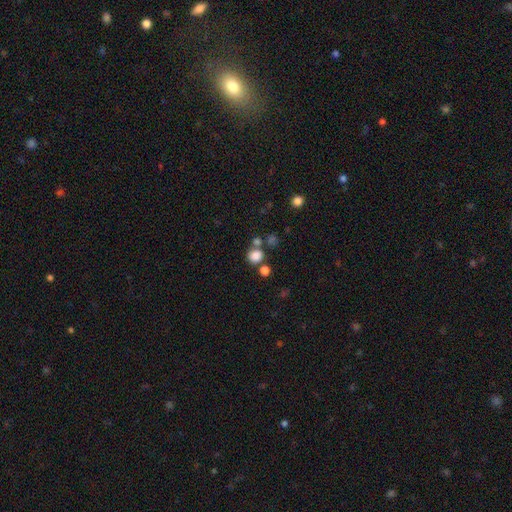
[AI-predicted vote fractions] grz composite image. It shows a smooth galaxy with no disk features (80%) that is round (81%). Merging: none (62%).